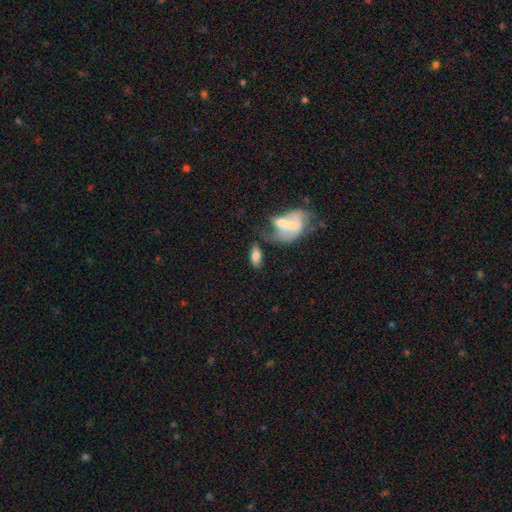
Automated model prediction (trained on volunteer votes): Smooth or featured? smooth (75%)
How rounded? in between (90%)
Merging? none (48%)